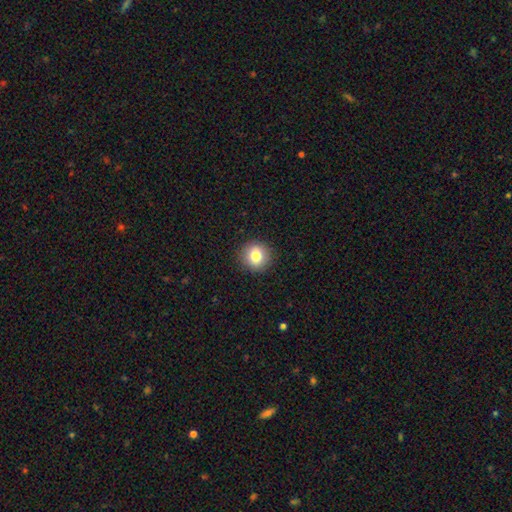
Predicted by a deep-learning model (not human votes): Smooth or featured? smooth (81%)
How rounded? round (92%)
Merging? none (92%)